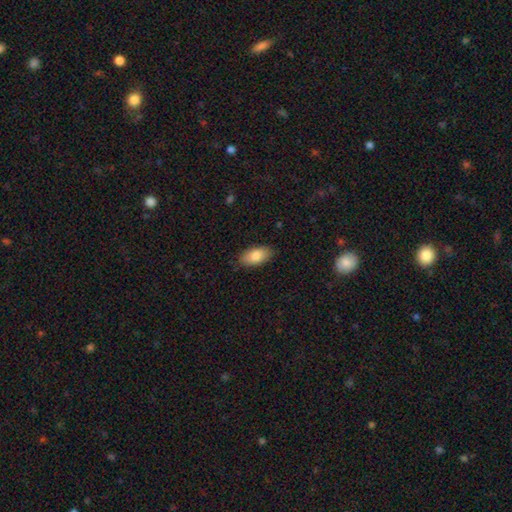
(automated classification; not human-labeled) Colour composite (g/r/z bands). It shows a smooth galaxy with no disk features (85%) that is in between round and cigar-shaped (93%). Merging: none (86%).